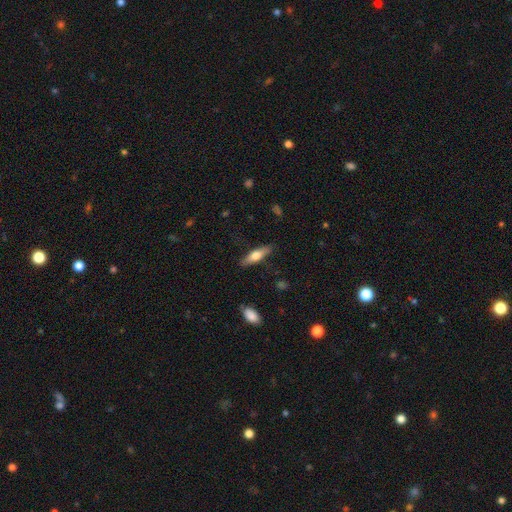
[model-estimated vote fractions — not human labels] Smooth or featured? Predicted: smooth (p=0.57). How rounded? Predicted: cigar-shaped (p=0.65). Merging? Predicted: none (p=0.86).